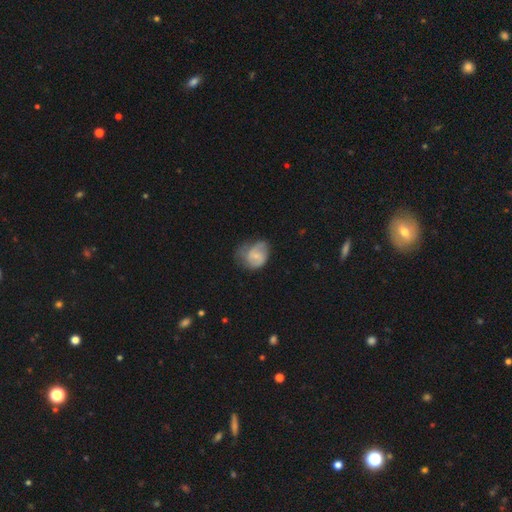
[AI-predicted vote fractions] The model was most divided on "merging": minor disturbance: 37%, none: 36%, major disturbance: 25%, merger: 2%. More confident: smooth or featured — smooth (53%); how rounded — in between (52%).